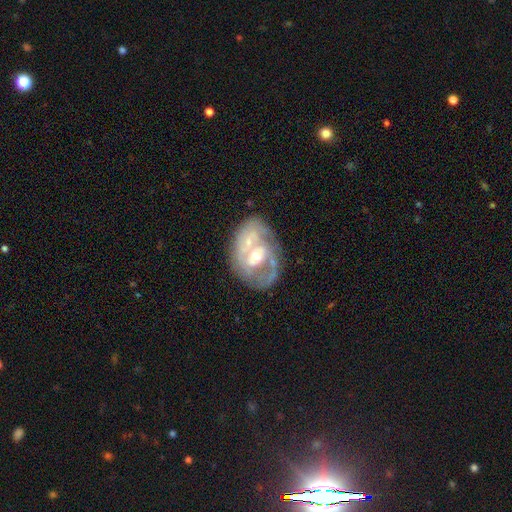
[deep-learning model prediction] Morphology: type=featured or disk (78%); edge-on=no (97%); bar=no (52%); spiral arms=yes (72%); winding=tight (41%); arm count=2 (47%); bulge=moderate (57%); merging=none (46%).